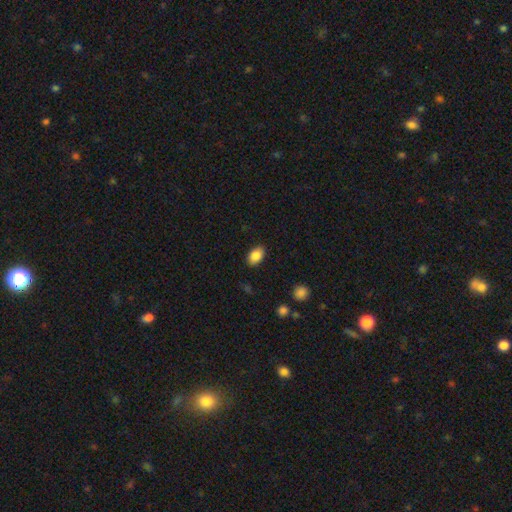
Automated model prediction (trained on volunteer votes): A smooth galaxy with no disk features (86%) that is in between round and cigar-shaped (89%). Merging: none (87%).